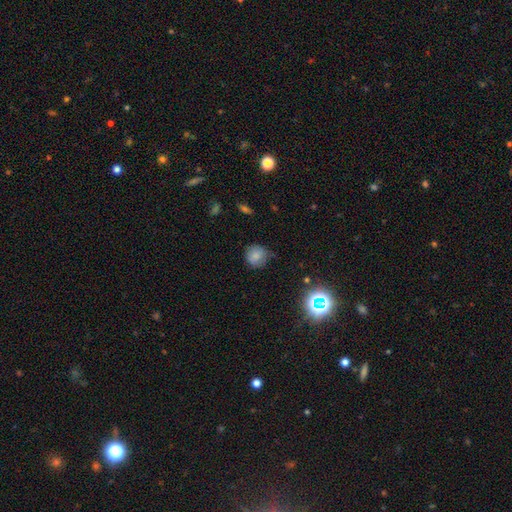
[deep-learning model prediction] smooth-or-featured: smooth: 79% | star or artifact: 13% | featured or disk: 8%
  how-rounded: round: 88% | in between: 11% | cigar-shaped: 1%
  merging: none: 71% | minor disturbance: 22% | major disturbance: 5% | merger: 2%